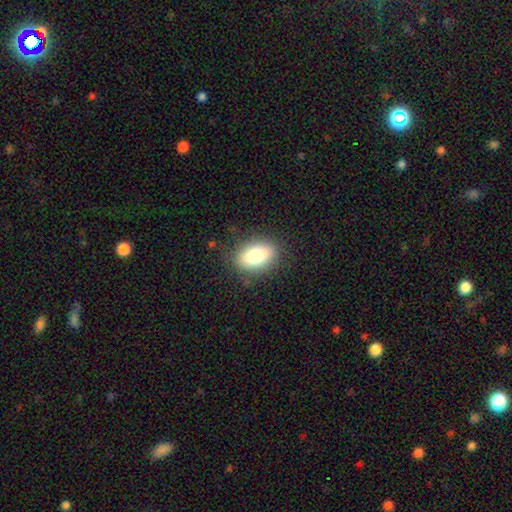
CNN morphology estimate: Q: Smooth or featured?
A: smooth (78%); runner-up: featured or disk (13%)
Q: How rounded?
A: in between (83%); runner-up: round (15%)
Q: Merging?
A: none (83%); runner-up: minor disturbance (12%)